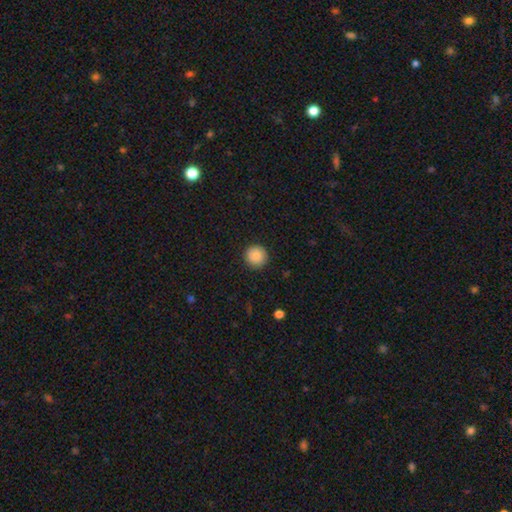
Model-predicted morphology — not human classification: Smooth or featured? Predicted: smooth (p=0.87). How rounded? Predicted: round (p=0.96). Merging? Predicted: none (p=0.92).